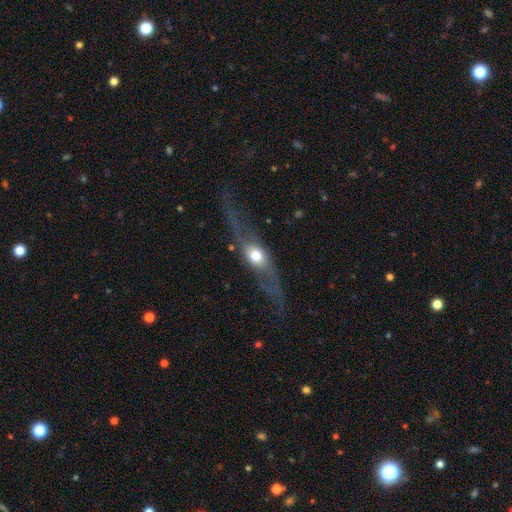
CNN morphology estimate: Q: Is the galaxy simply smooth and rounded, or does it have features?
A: featured or disk — 66%.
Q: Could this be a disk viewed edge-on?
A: yes — 53%.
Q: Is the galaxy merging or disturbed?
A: none — 53%.